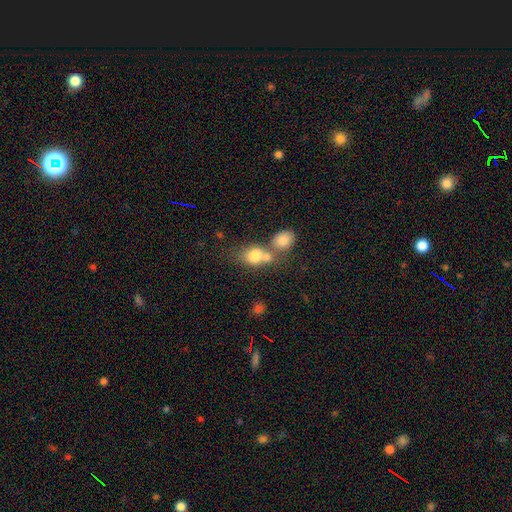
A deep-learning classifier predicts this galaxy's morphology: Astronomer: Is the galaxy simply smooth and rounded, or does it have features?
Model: smooth — 77%.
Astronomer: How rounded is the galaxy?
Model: in between — 51% (runner-up: round, 47%).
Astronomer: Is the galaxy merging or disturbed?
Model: merger — 57%.